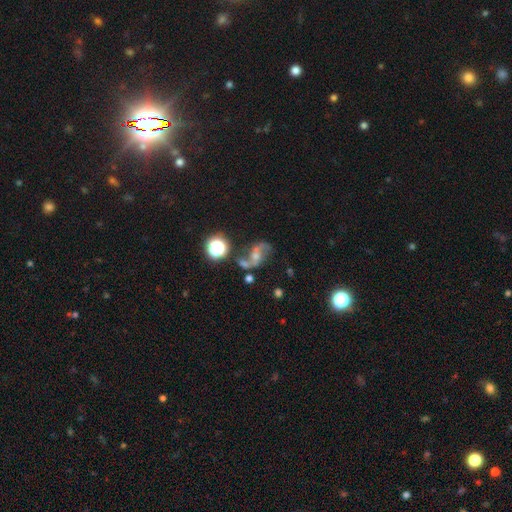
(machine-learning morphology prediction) Q: Smooth or featured?
A: featured or disk (66%); runner-up: smooth (18%)
Q: Edge-on disk?
A: no (96%); runner-up: yes (4%)
Q: Bar?
A: no (48%); runner-up: weak (37%)
Q: Spiral arms?
A: yes (88%); runner-up: no (12%)
Q: Spiral winding?
A: loose (70%); runner-up: medium (24%)
Q: Spiral arm count?
A: 2 (89%); runner-up: 1 (4%)
Q: Bulge size?
A: moderate (49%); runner-up: small (34%)
Q: Merging?
A: none (49%); runner-up: merger (20%)